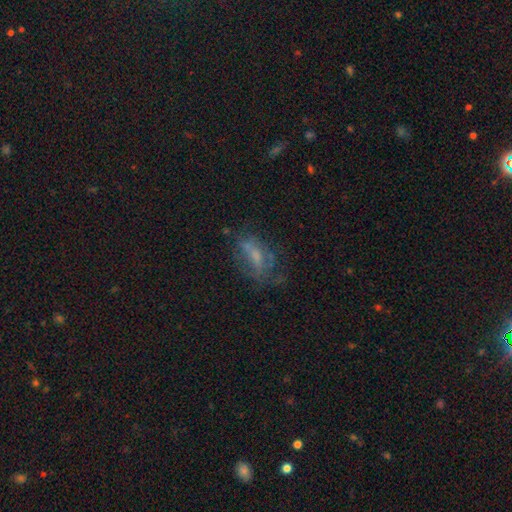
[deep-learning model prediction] A featured or disk galaxy (40%). Merging: none (63%).